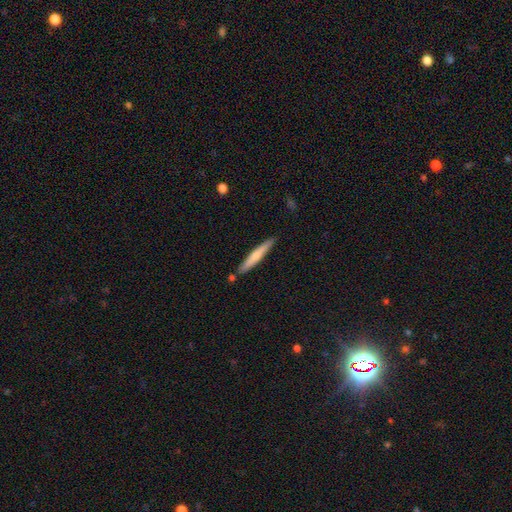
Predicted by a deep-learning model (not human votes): Overall: smooth (57%; featured or disk 38%). How rounded: cigar-shaped (95%). Merging: none (85%).